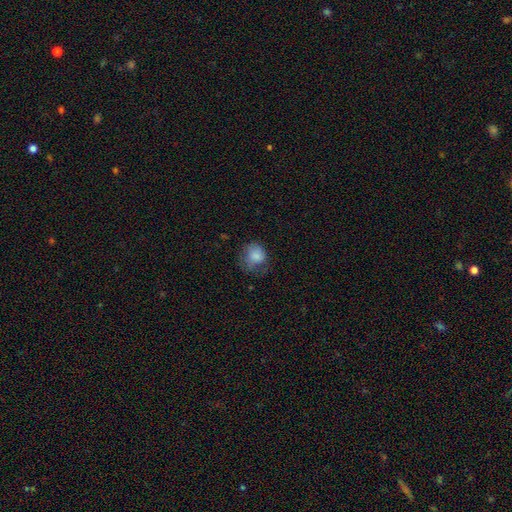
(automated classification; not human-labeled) Morphology: type=smooth (81%); roundness=round (68%); merging=none (45%).